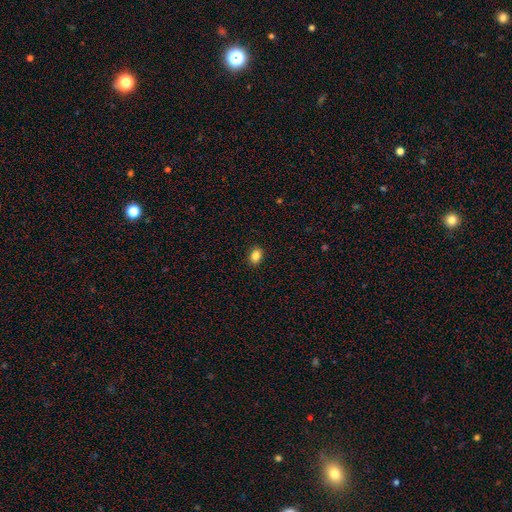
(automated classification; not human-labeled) Smooth or featured? smooth (86%)
How rounded? in between (73%)
Merging? none (90%)